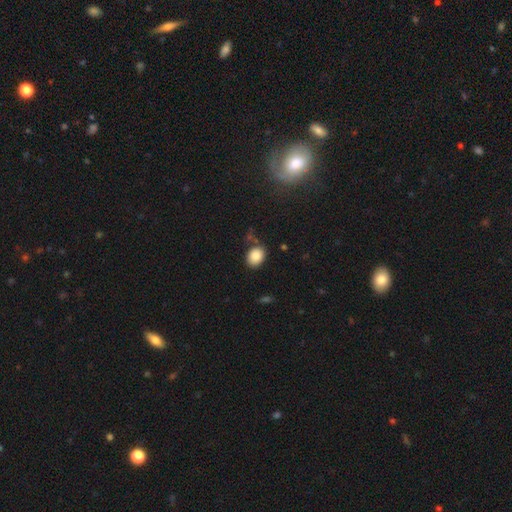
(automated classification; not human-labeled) Smooth or featured? Predicted: smooth (p=0.87). How rounded? Predicted: in between (p=0.63). Merging? Predicted: none (p=0.77).